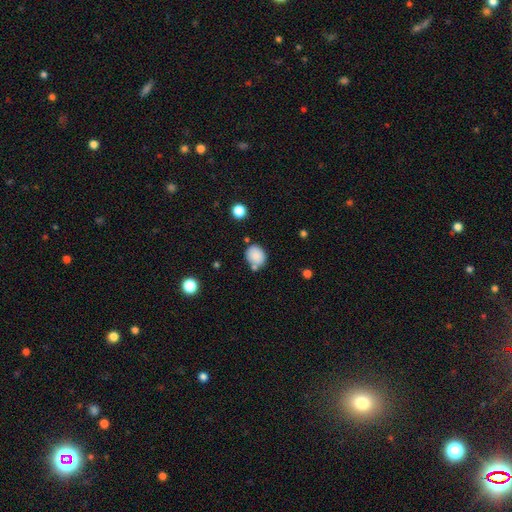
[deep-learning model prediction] smooth-or-featured: smooth: 84% | star or artifact: 9% | featured or disk: 7%
  how-rounded: round: 61% | in between: 38% | cigar-shaped: 1%
  merging: none: 63% | minor disturbance: 17% | merger: 16% | major disturbance: 4%